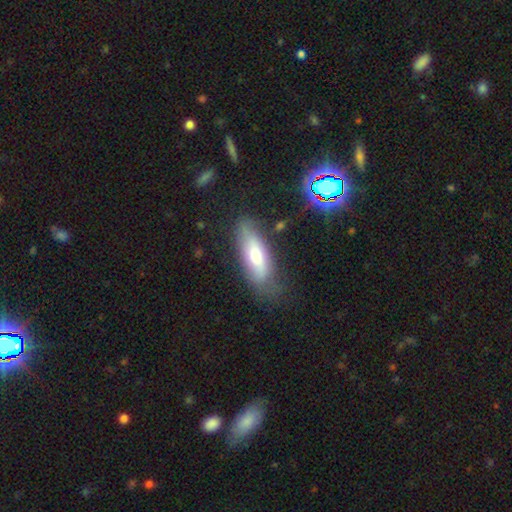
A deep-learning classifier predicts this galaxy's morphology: A smooth galaxy with no disk features (60%) that is in between round and cigar-shaped (65%).

Vote fractions:
- Smooth or featured? smooth: 60% / featured or disk: 31% / star or artifact: 9%
- How rounded? in between: 65% / cigar-shaped: 32% / round: 2%
- Merging? none: 66% / minor disturbance: 24% / major disturbance: 8% / merger: 3%